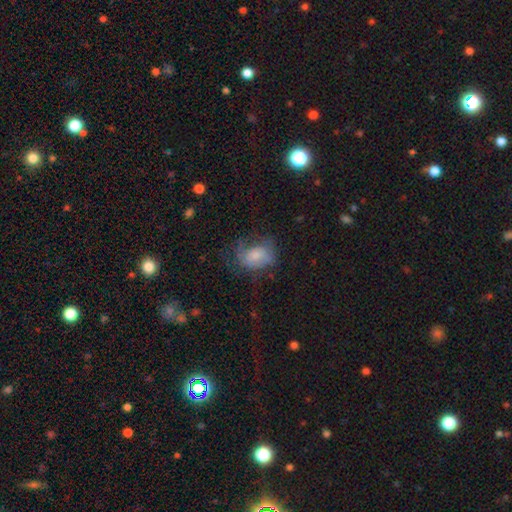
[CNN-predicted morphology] Smooth or featured? smooth (63%)
How rounded? in between (70%)
Merging? none (41%)